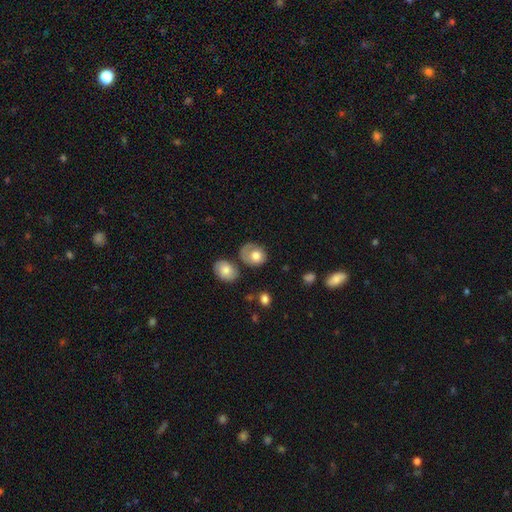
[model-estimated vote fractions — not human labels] Overall: smooth (73%). How rounded: round (60%; in between 39%). Merging: none (46%; minor disturbance 27%).